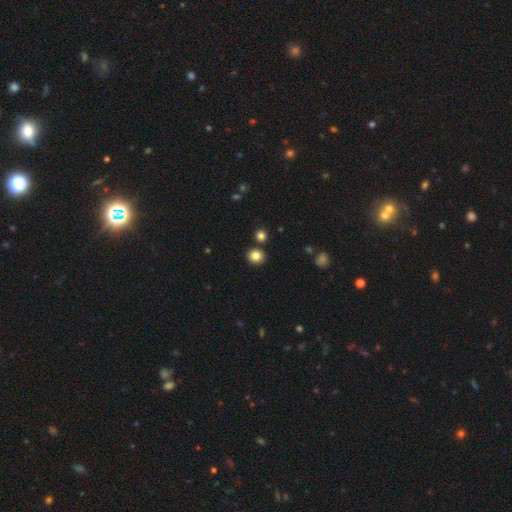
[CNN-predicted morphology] smooth_or_featured: smooth (p=0.84) [alt: star or artifact p=0.11]
how_rounded: round (p=0.83) [alt: in between p=0.16]
merging: none (p=0.85) [alt: minor disturbance p=0.07]